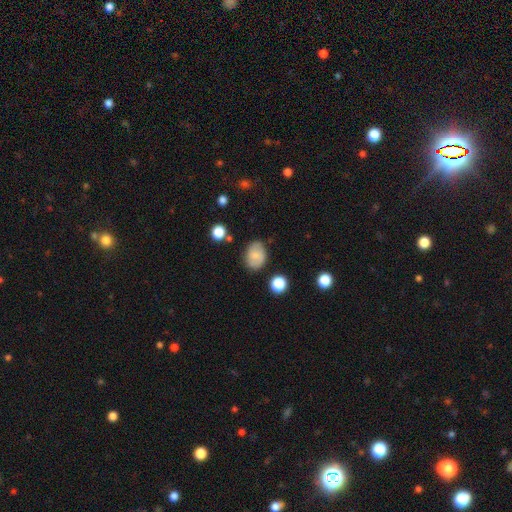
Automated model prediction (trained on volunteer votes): smooth 69%, featured or disk 22%, star or artifact 9%. Down the decision tree: how rounded — in between (66%); merging — none (75%).